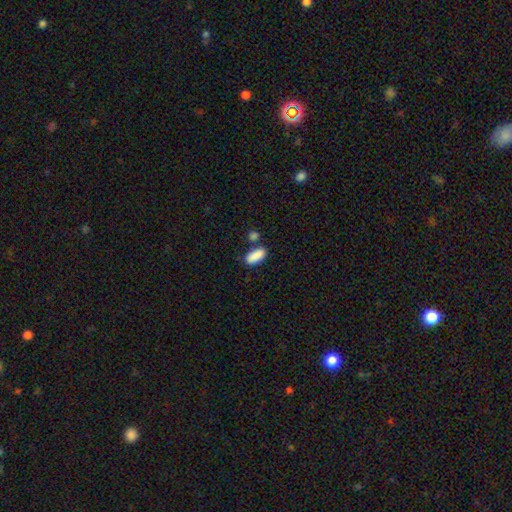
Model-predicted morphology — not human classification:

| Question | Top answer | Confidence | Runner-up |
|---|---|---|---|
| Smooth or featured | smooth | 89% | star or artifact (7%) |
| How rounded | in between | 82% | cigar-shaped (15%) |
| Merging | none | 69% | merger (14%) |